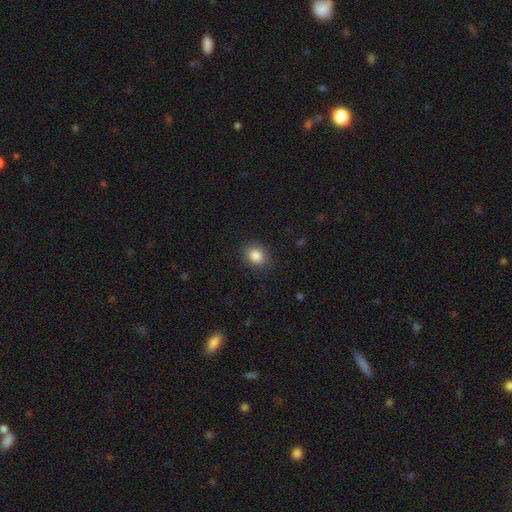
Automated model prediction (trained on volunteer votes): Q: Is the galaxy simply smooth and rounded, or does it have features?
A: smooth — 86%.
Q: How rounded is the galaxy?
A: round — 57%.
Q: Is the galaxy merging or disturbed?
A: none — 86%.